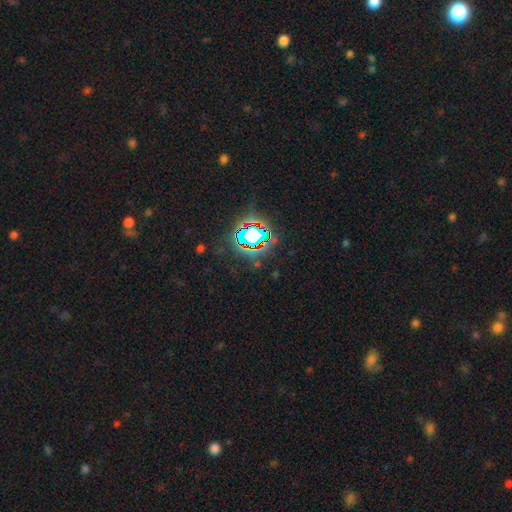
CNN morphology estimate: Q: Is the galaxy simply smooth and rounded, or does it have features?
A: star or artifact — 83%.